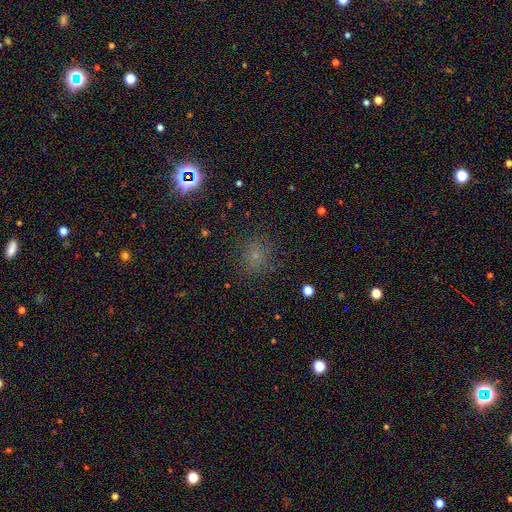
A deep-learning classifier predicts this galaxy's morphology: This appears to be a smooth galaxy with no disk features (57%) that is round (83%). Merging: none (81%).